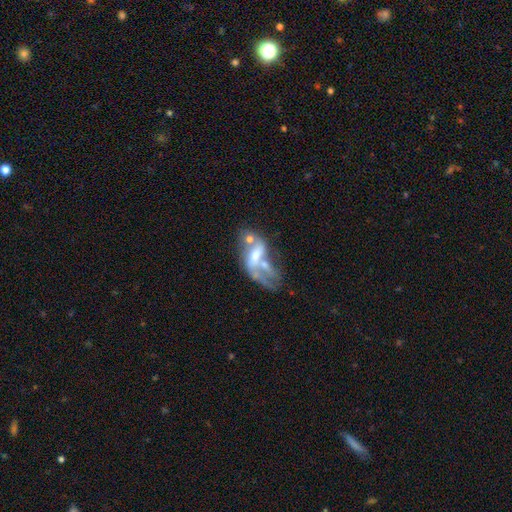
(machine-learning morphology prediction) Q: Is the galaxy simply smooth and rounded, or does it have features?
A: featured or disk — 64%.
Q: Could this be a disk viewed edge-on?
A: no — 93%.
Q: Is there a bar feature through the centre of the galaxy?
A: no — 55%.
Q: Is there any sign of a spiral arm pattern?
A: no — 59%.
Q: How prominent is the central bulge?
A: moderate — 47%.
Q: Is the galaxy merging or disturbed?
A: merger — 43%.